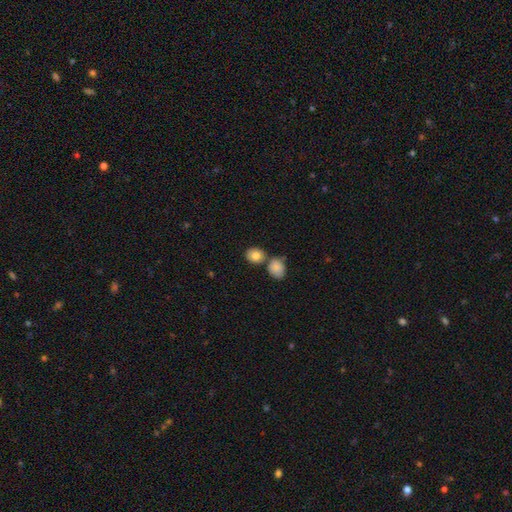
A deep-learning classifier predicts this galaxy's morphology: smooth_or_featured: smooth (p=0.83) [alt: featured or disk p=0.09]
how_rounded: round (p=0.59) [alt: in between p=0.40]
merging: none (p=0.62) [alt: merger p=0.25]